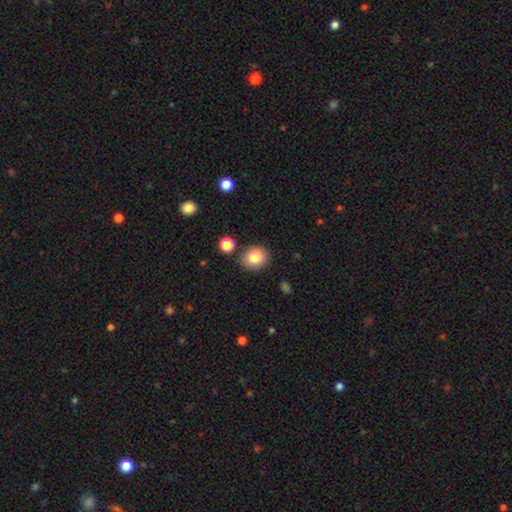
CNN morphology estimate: Smooth or featured? smooth (82%)
How rounded? round (66%)
Merging? none (84%)